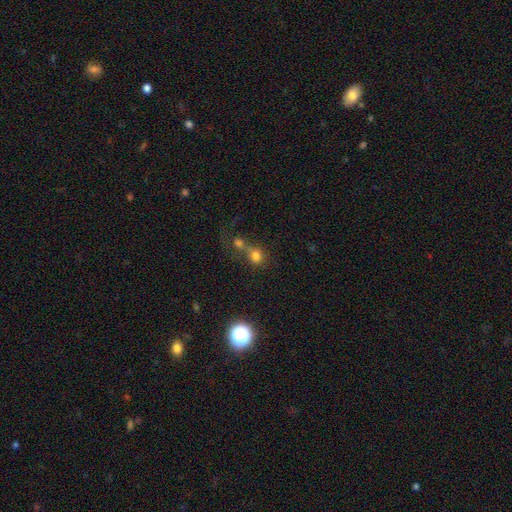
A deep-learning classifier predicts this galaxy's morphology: Smooth or featured? Predicted: smooth (p=0.72). How rounded? Predicted: round (p=0.75). Merging? Predicted: merger (p=0.55).